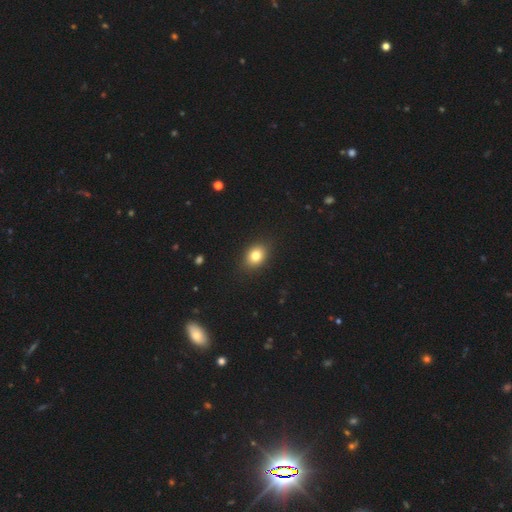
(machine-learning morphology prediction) Smooth or featured?
  - smooth: 81% *
  - star or artifact: 10%
  - featured or disk: 9%
How rounded?
  - in between: 64% *
  - round: 35%
  - cigar-shaped: 1%
Merging?
  - none: 88% *
  - minor disturbance: 8%
  - major disturbance: 2%
  - merger: 1%